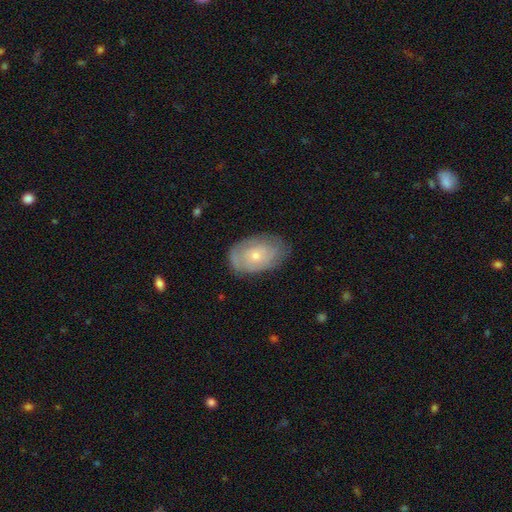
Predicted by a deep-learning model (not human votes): Smooth or featured? featured or disk (51%)
Edge-on disk? no (94%)
Merging? none (70%)